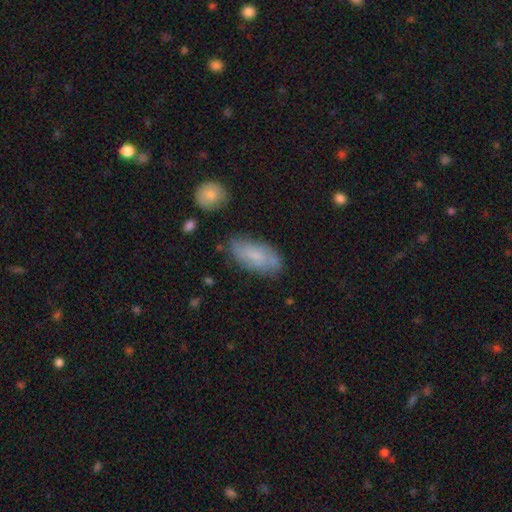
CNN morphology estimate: smooth 60%, featured or disk 33%, star or artifact 7%. Down the decision tree: how rounded — in between (88%); merging — none (72%).